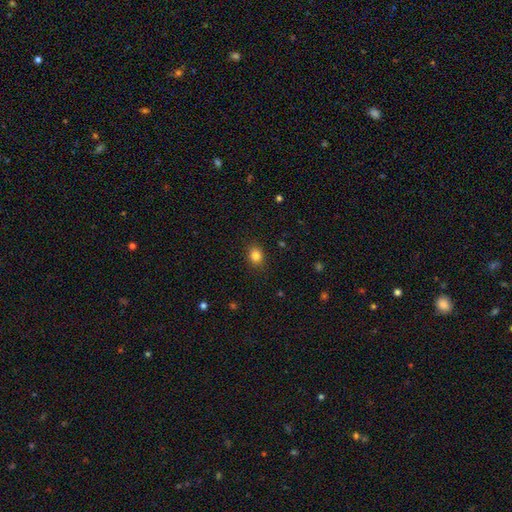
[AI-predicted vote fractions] This appears to be a smooth galaxy with no disk features (84%) that is round (61%). Merging: none (87%).